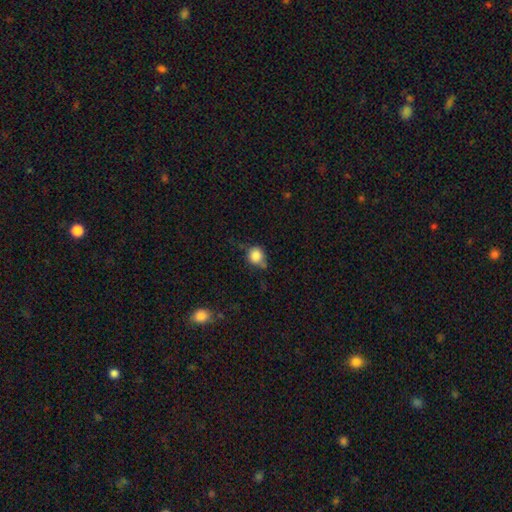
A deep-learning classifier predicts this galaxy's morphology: A smooth galaxy with no disk features (83%) that is round (77%). Merging: none (53%).